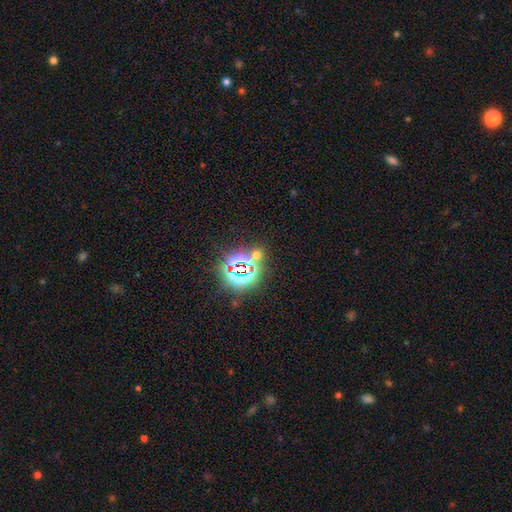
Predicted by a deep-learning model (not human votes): smooth_or_featured: star or artifact (p=0.63) [alt: smooth p=0.29]